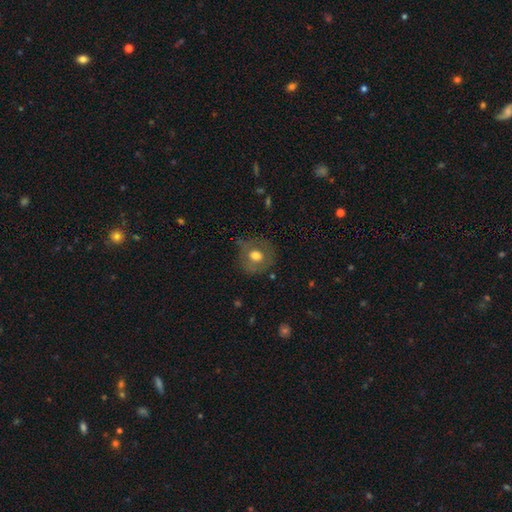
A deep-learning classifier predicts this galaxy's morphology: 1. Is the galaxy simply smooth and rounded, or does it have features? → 62% smooth, 29% featured or disk, 9% star or artifact.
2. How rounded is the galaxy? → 84% round, 15% in between, 1% cigar-shaped.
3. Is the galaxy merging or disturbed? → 74% none, 18% minor disturbance, 7% major disturbance, 2% merger.